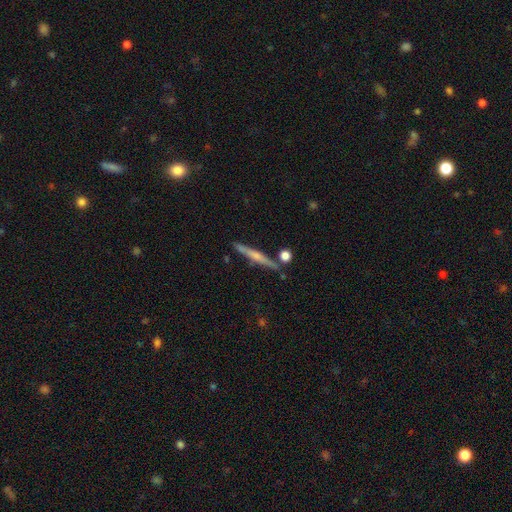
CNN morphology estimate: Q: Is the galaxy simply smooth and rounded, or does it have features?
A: featured or disk — 62%.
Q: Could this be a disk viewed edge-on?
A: yes — 97%.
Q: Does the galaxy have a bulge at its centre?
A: rounded — 66%.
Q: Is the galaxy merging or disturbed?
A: none — 84%.